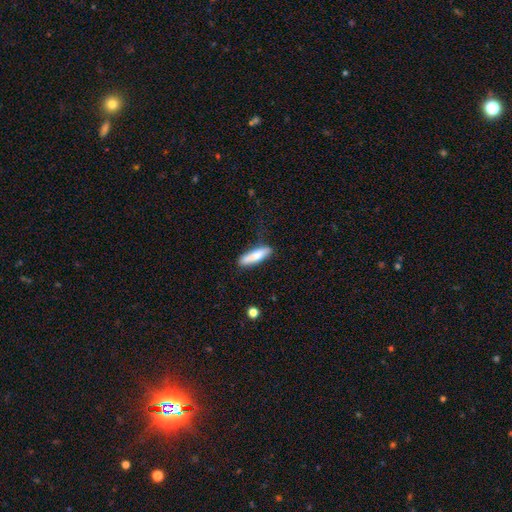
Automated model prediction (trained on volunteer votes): This appears to be a smooth galaxy with no disk features (76%) that is cigar-shaped (70%). Merging: none (75%).